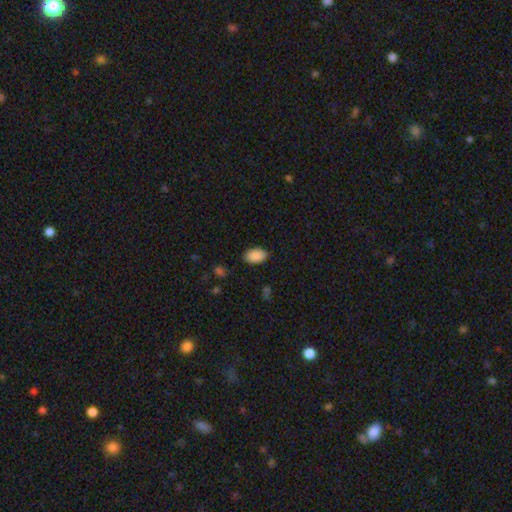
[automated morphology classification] Smooth or featured? Predicted: smooth (p=0.89). How rounded? Predicted: in between (p=0.92). Merging? Predicted: none (p=0.85).